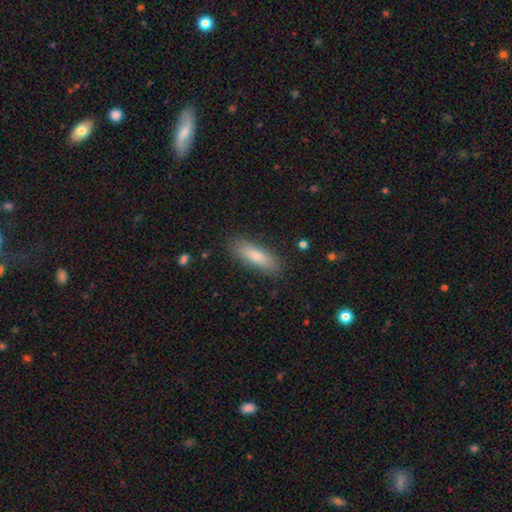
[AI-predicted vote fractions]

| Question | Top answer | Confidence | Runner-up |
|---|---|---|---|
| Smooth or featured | smooth | 79% | featured or disk (14%) |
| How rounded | cigar-shaped | 55% | in between (44%) |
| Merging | none | 87% | minor disturbance (9%) |